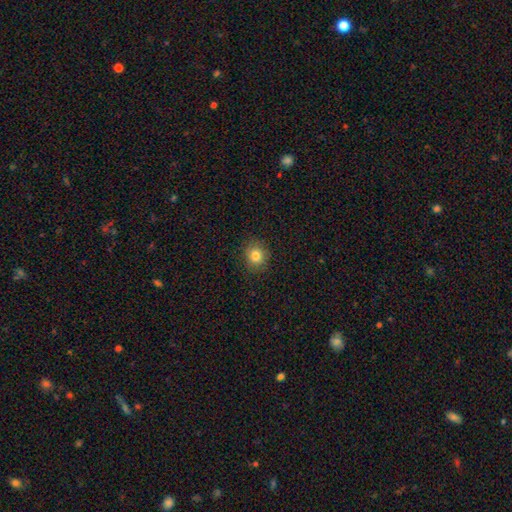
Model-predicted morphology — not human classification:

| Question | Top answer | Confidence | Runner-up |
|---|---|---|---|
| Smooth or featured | smooth | 82% | star or artifact (11%) |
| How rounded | round | 84% | in between (15%) |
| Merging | none | 89% | minor disturbance (8%) |